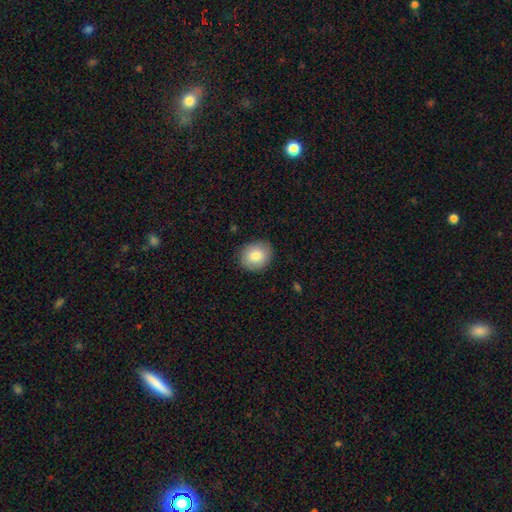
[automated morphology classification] smooth-or-featured: smooth: 84% | featured or disk: 9% | star or artifact: 7%
  how-rounded: round: 73% | in between: 26% | cigar-shaped: 1%
  merging: none: 88% | minor disturbance: 9% | major disturbance: 2% | merger: 1%